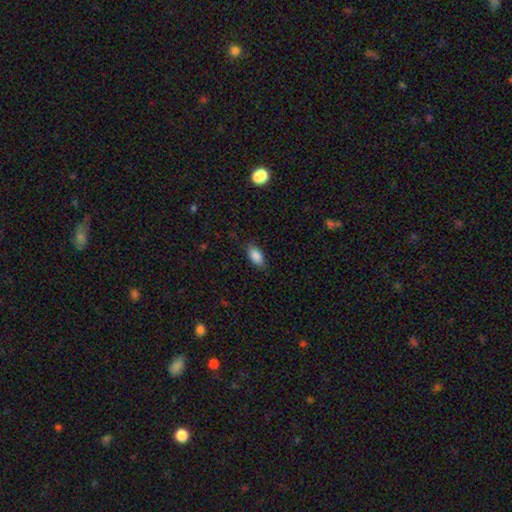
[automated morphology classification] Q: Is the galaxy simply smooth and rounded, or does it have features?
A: smooth — 87%.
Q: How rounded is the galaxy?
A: in between — 89%.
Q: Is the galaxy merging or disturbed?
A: none — 83%.